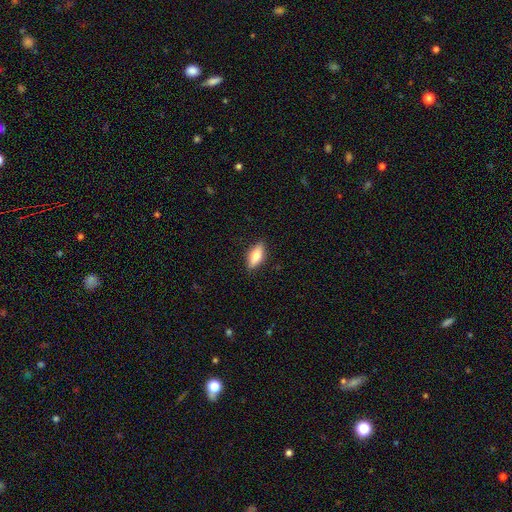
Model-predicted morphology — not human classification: The model was most divided on "smooth or featured": smooth: 67%, featured or disk: 27%, star or artifact: 7%. More confident: merging — none (86%); how rounded — in between (73%).